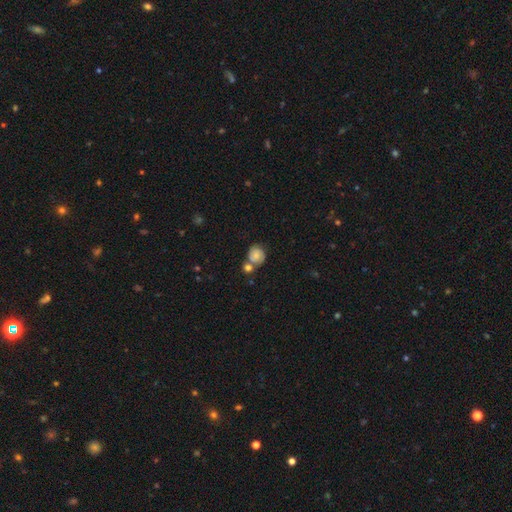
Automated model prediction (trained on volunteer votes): Smooth or featured? Predicted: smooth (p=0.64). How rounded? Predicted: round (p=0.79). Merging? Predicted: none (p=0.49).